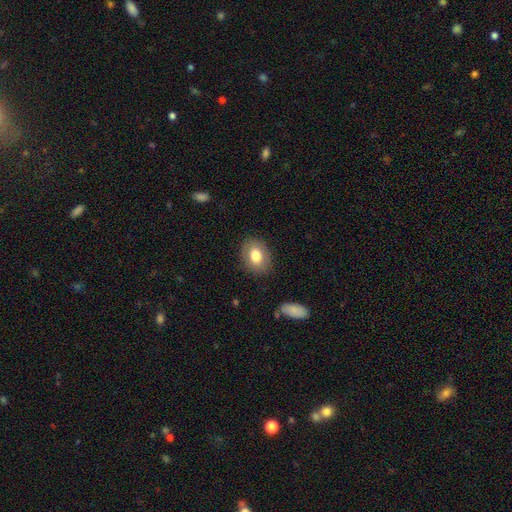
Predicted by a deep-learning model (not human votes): Smooth or featured? Predicted: smooth (p=0.78). How rounded? Predicted: in between (p=0.64). Merging? Predicted: none (p=0.85).